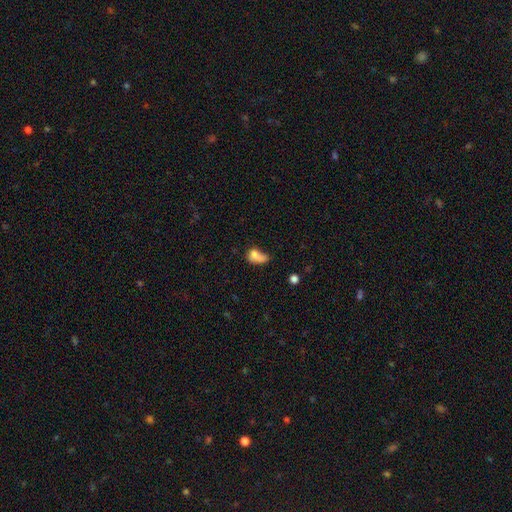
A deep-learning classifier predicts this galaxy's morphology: Smooth or featured? smooth (73%)
How rounded? in between (74%)
Merging? merger (30%)